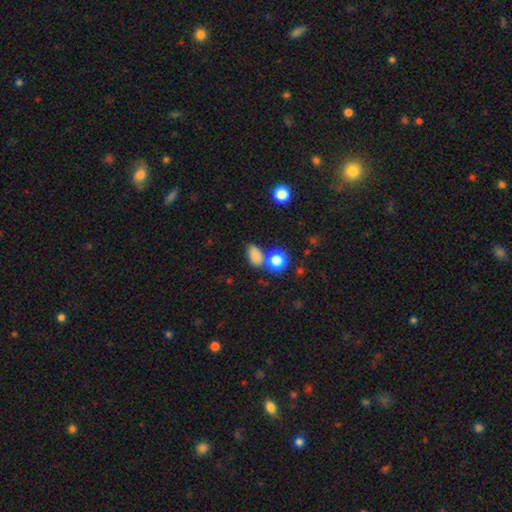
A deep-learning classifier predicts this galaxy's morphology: Smooth or featured?
  - smooth: 81% *
  - star or artifact: 13%
  - featured or disk: 6%
How rounded?
  - in between: 76% *
  - round: 22%
  - cigar-shaped: 2%
Merging?
  - none: 56% *
  - merger: 22%
  - minor disturbance: 16%
  - major disturbance: 6%